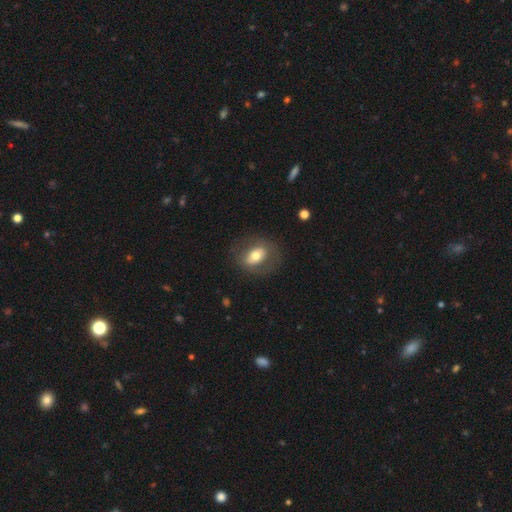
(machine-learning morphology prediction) Smooth or featured: smooth — 56% (featured or disk — 36%)
How rounded: in between — 71% (round — 27%)
Merging: none — 75% (minor disturbance — 14%)